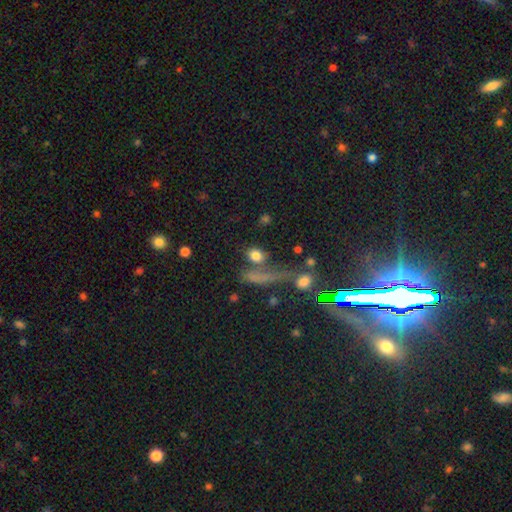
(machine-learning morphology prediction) Smooth or featured?
  - smooth: 79% *
  - star or artifact: 12%
  - featured or disk: 9%
How rounded?
  - in between: 46% * (tied)
  - round: 46% * (tied)
  - cigar-shaped: 8%
Merging?
  - none: 62% *
  - merger: 18%
  - minor disturbance: 12%
  - major disturbance: 8%